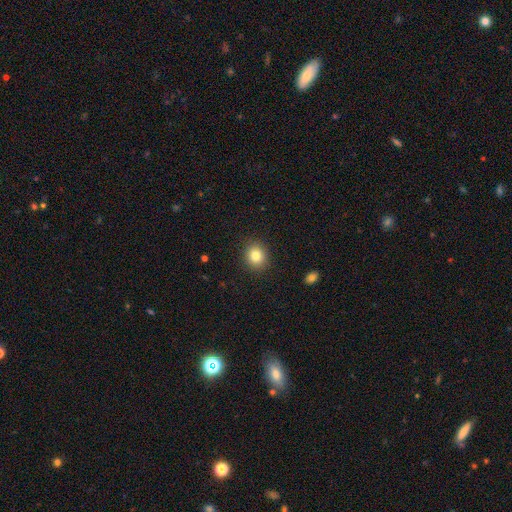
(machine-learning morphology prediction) A smooth galaxy with no disk features (82%) that is round (80%).

Vote fractions:
- Smooth or featured? smooth: 82% / star or artifact: 11% / featured or disk: 7%
- How rounded? round: 80% / in between: 19% / cigar-shaped: 1%
- Merging? none: 91% / minor disturbance: 6% / major disturbance: 2% / merger: 1%